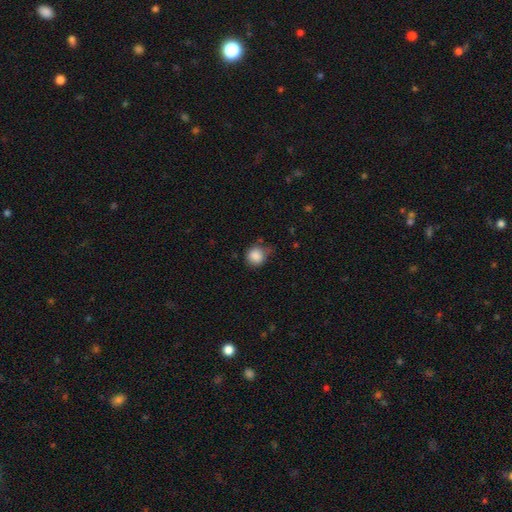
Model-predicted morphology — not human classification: This is clearly a smooth galaxy (86%). How rounded: clearly round (84%). Merging: possibly none (56%).